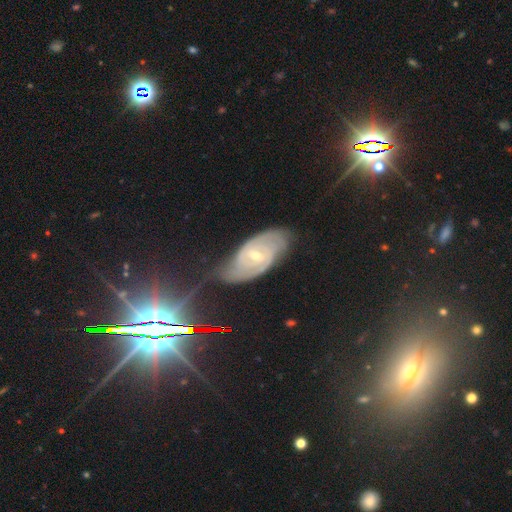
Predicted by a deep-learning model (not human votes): A featured or disk galaxy (78%) with a weak bar (51%), 2 (45%) tight (57%) spiral arms (93%) and a small central bulge (59%). Merging: none (69%).